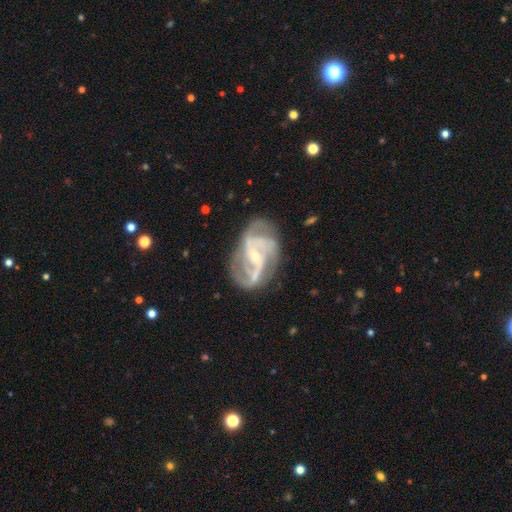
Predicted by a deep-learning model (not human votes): A featured or disk galaxy (90%) with a weak bar (41%), 2 (42%) medium (53%) spiral arms (97%) and a small central bulge (73%). Merging: none (66%).